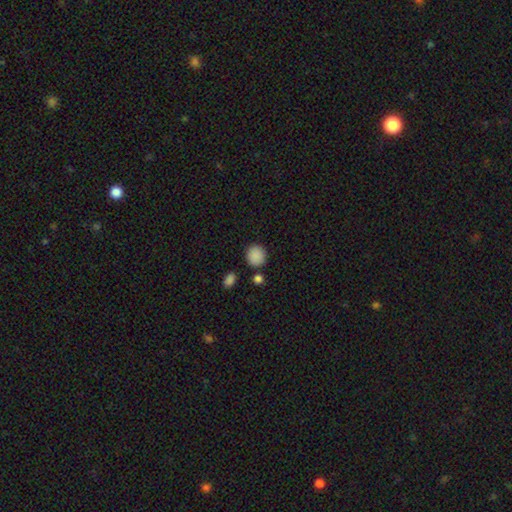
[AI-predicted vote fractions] smooth 88%, star or artifact 9%, featured or disk 3%. Down the decision tree: how rounded — round (87%); merging — none (84%).